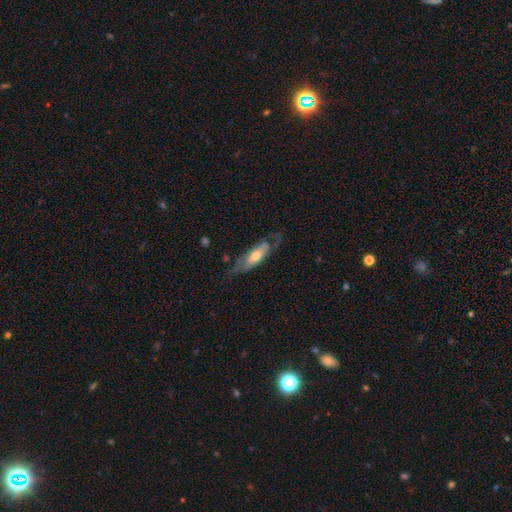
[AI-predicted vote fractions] Smooth or featured? featured or disk (60%)
Edge-on disk? no (67%)
Merging? none (61%)